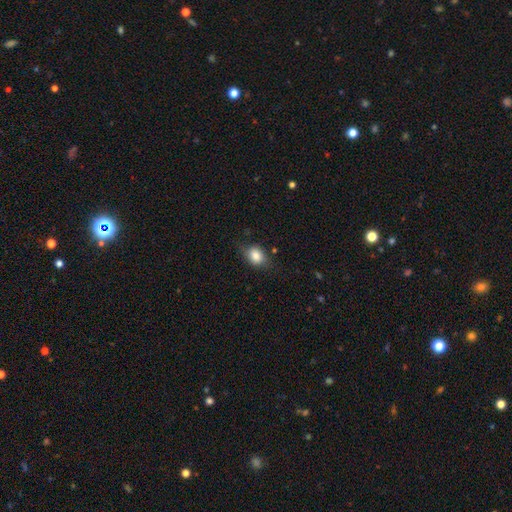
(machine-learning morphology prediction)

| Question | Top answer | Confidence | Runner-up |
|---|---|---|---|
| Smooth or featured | smooth | 80% | featured or disk (11%) |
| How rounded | in between | 60% | round (39%) |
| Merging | none | 66% | minor disturbance (25%) |